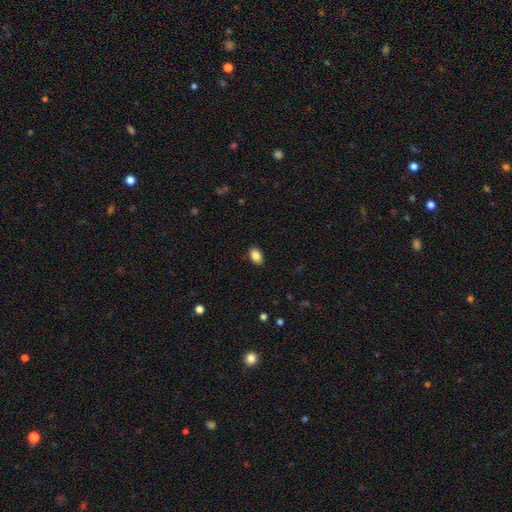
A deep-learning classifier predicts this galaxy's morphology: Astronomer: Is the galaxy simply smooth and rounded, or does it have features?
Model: smooth — 88%.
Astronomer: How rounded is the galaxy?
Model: in between — 85%.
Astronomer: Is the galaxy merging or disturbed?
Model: none — 89%.